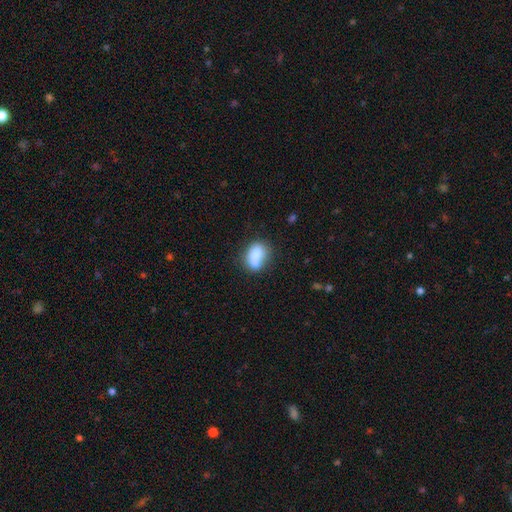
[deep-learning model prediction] This is likely a smooth galaxy (77%). How rounded: likely in between (75%). Merging: marginally none (43%).